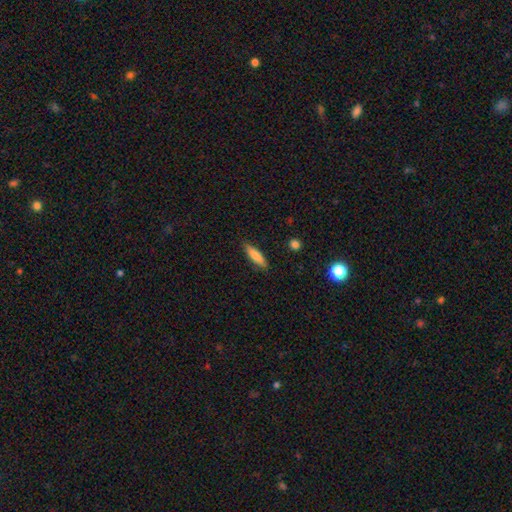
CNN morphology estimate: Smooth or featured? smooth (78%)
How rounded? cigar-shaped (62%)
Merging? none (83%)